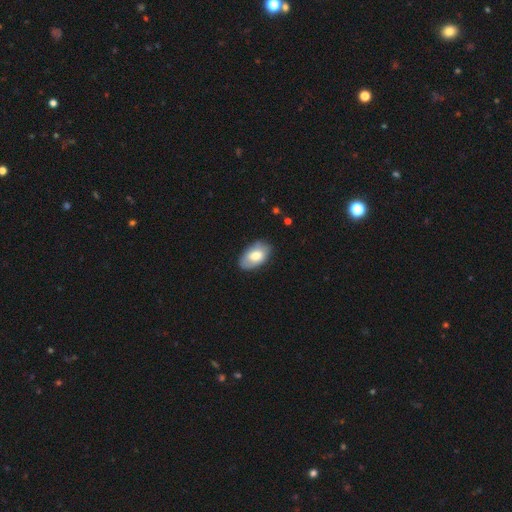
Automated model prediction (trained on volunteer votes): This is likely a smooth galaxy (73%). How rounded: clearly in between (94%). Merging: likely none (80%).